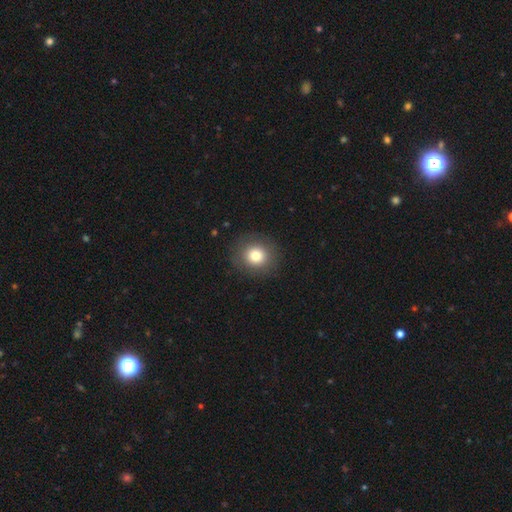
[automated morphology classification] Smooth or featured? smooth (80%)
How rounded? round (88%)
Merging? none (89%)